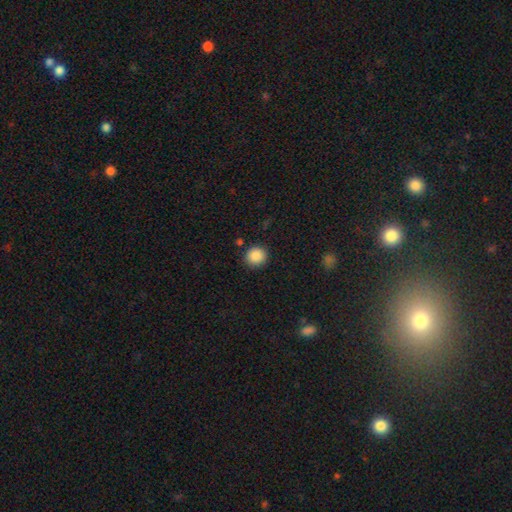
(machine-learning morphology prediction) A smooth galaxy with no disk features (88%) that is round (91%).

Vote fractions:
- Smooth or featured? smooth: 88% / star or artifact: 9% / featured or disk: 3%
- How rounded? round: 91% / in between: 8% / cigar-shaped: 1%
- Merging? none: 89% / minor disturbance: 7% / major disturbance: 2% / merger: 2%